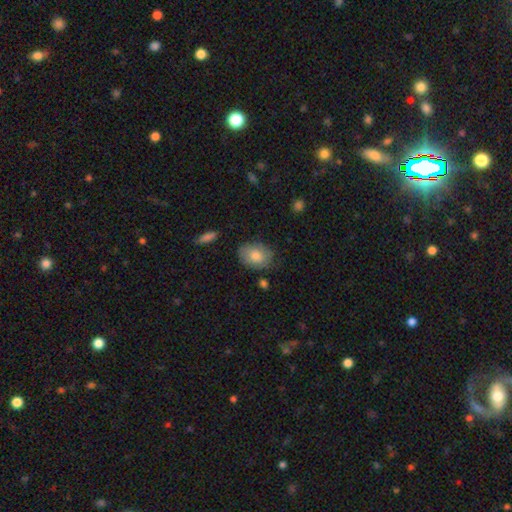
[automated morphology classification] Smooth or featured: smooth — 79% (featured or disk — 14%)
How rounded: in between — 73% (round — 26%)
Merging: none — 77% (minor disturbance — 18%)